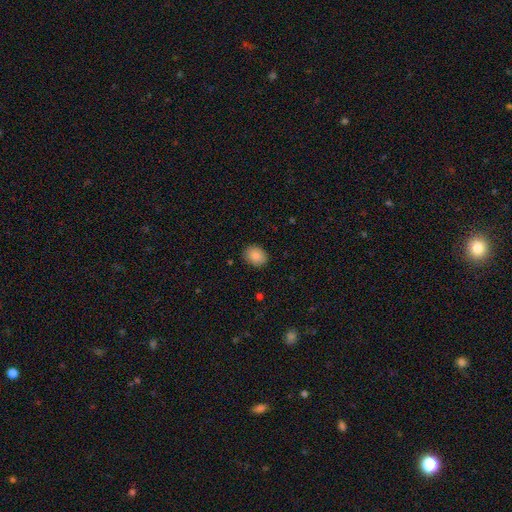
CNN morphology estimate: This appears to be a smooth galaxy with no disk features (88%) that is in between round and cigar-shaped (64%). Merging: none (87%).